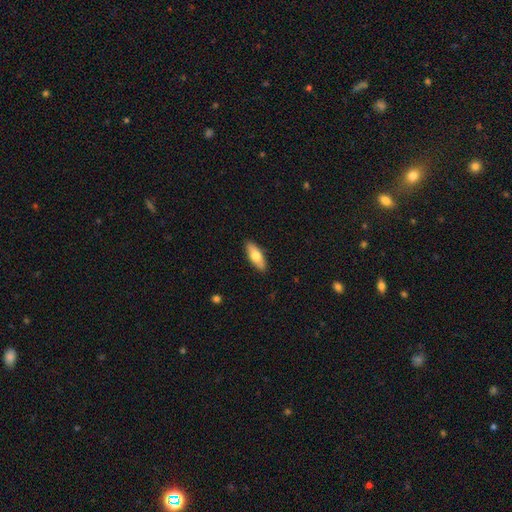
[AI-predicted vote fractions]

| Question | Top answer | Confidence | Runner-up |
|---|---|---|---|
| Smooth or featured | smooth | 71% | featured or disk (24%) |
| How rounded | in between | 67% | cigar-shaped (31%) |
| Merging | none | 90% | minor disturbance (8%) |